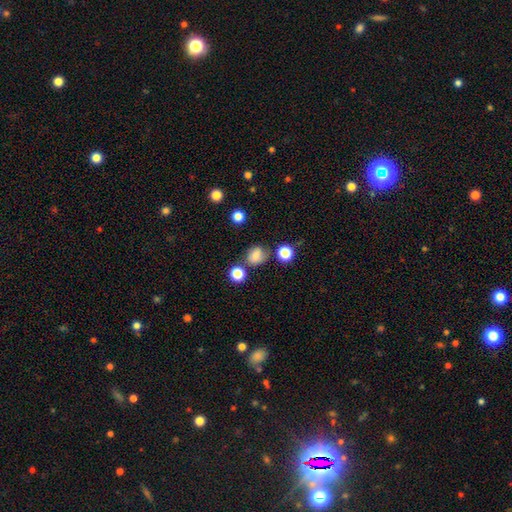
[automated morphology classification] Smooth or featured? smooth (73%)
How rounded? round (62%)
Merging? none (65%)